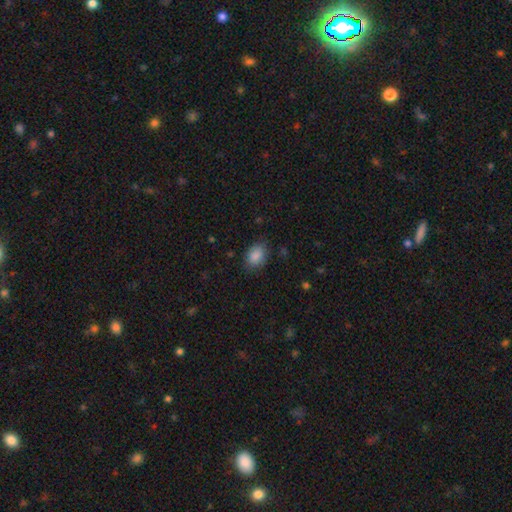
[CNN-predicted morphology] Q: Smooth or featured?
A: smooth (87%); runner-up: star or artifact (8%)
Q: How rounded?
A: in between (79%); runner-up: round (19%)
Q: Merging?
A: none (79%); runner-up: minor disturbance (16%)